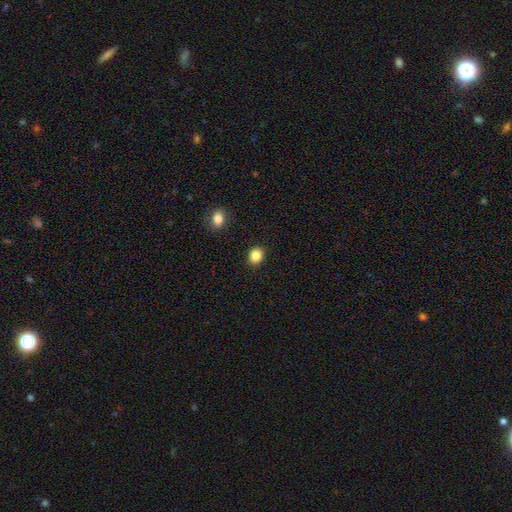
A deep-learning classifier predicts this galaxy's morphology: The model was most divided on "how rounded": round: 66%, in between: 33%, cigar-shaped: 1%. More confident: merging — none (91%); smooth or featured — smooth (85%).